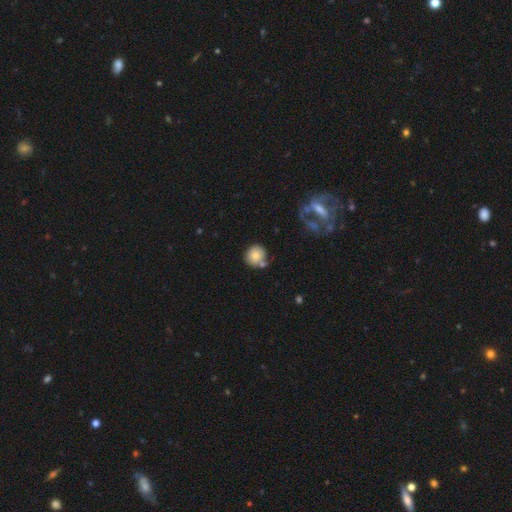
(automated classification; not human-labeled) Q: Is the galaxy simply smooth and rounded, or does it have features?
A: smooth — 81%.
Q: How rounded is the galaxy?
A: round — 89%.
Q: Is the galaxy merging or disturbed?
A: none — 63%.